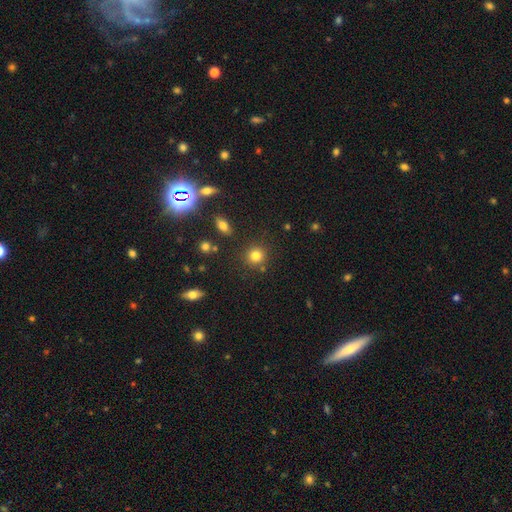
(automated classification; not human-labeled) Q: Smooth or featured?
A: smooth (80%); runner-up: star or artifact (13%)
Q: How rounded?
A: round (91%); runner-up: in between (8%)
Q: Merging?
A: none (85%); runner-up: minor disturbance (8%)